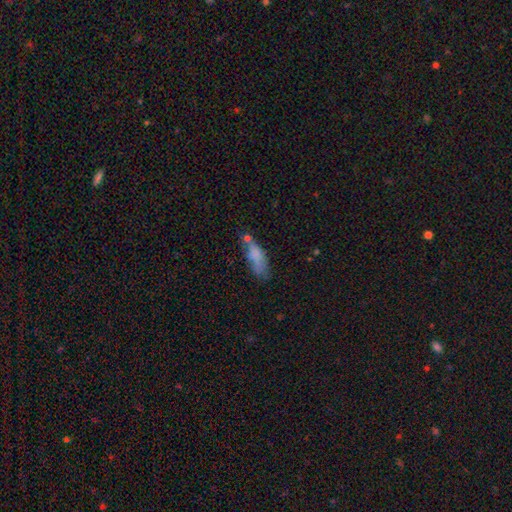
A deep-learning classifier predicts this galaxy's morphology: A smooth galaxy with no disk features (70%) that is in between round and cigar-shaped (63%). Merging: none (41%).